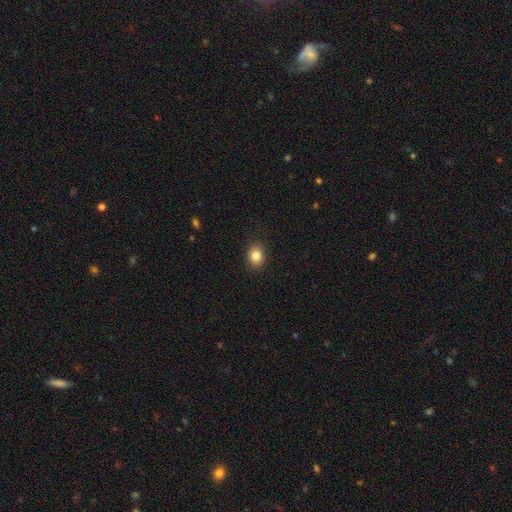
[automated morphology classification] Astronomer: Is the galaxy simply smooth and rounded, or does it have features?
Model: smooth — 85%.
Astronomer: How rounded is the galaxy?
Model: round — 52% (runner-up: in between, 47%).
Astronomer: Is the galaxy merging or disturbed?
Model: none — 88%.